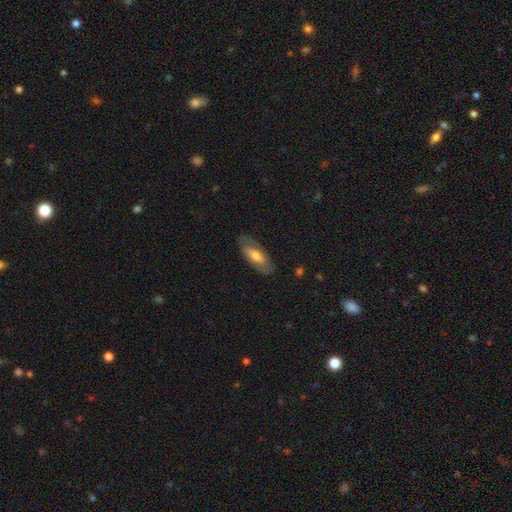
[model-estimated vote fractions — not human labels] This is possibly a smooth galaxy (47%, tied with featured or disk). Merging: likely none (79%).